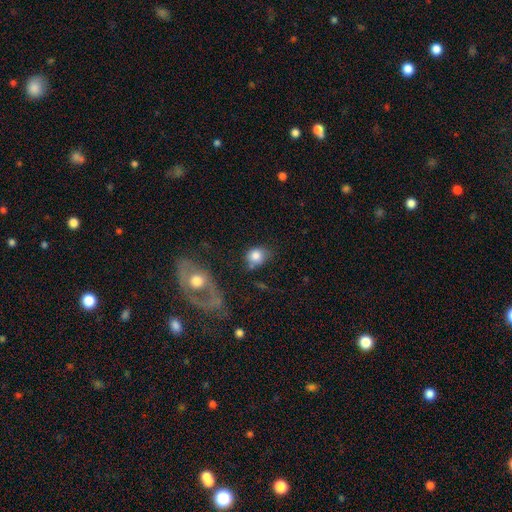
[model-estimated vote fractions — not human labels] Smooth or featured? smooth (80%)
How rounded? round (61%)
Merging? none (53%)